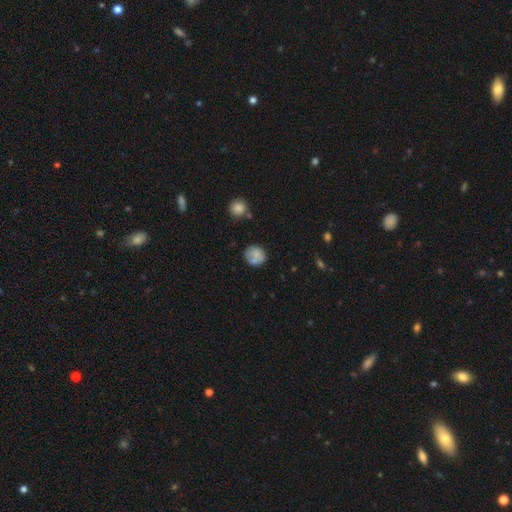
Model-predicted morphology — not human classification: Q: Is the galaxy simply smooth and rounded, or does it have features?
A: smooth — 74%.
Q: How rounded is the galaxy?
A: round — 79%.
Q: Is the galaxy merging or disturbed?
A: none — 64%.